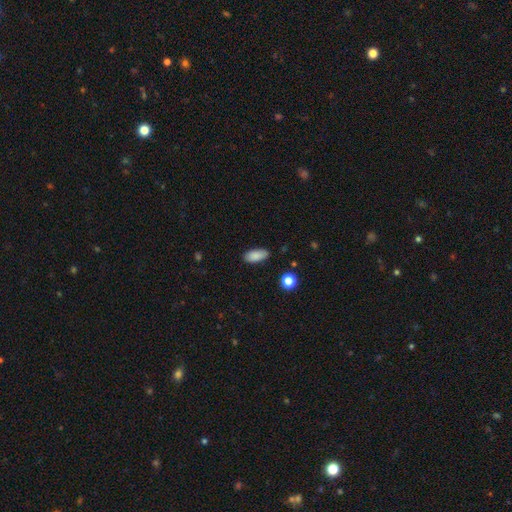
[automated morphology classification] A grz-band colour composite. It shows a smooth galaxy with no disk features (87%) that is in between round and cigar-shaped (88%). Merging: none (85%).